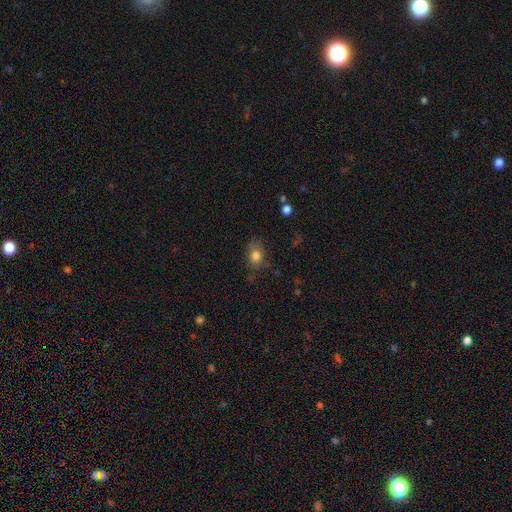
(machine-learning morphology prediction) This is likely a smooth galaxy (79%). How rounded: possibly in between (60%). Merging: likely none (66%).